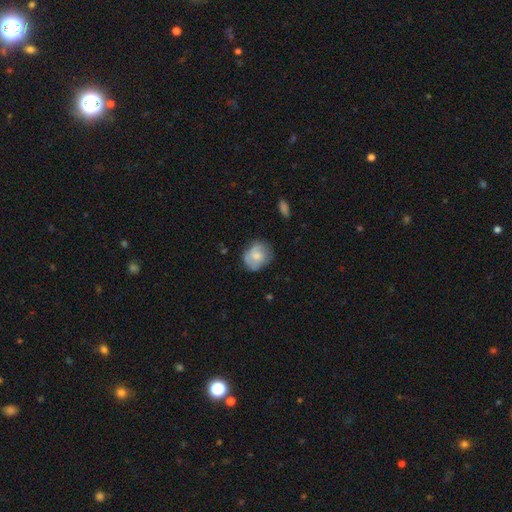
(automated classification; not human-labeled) Overall: smooth (62%; featured or disk 31%). How rounded: round (63%; in between 36%). Merging: none (63%; minor disturbance 26%).